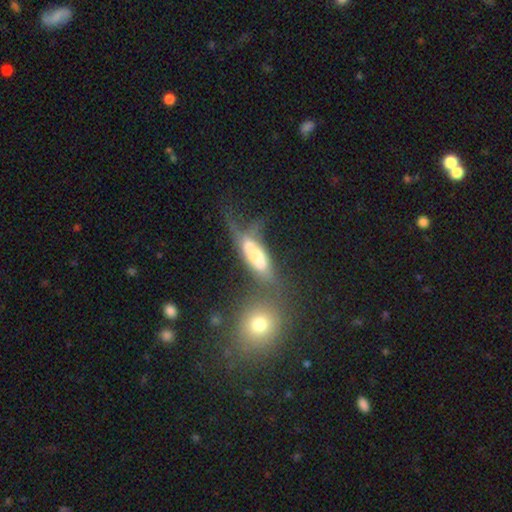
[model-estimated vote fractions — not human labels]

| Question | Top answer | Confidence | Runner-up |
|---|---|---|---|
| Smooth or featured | featured or disk | 53% | smooth (38%) |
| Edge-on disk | no | 73% | yes (27%) |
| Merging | merger | 32% | major disturbance (29%) |